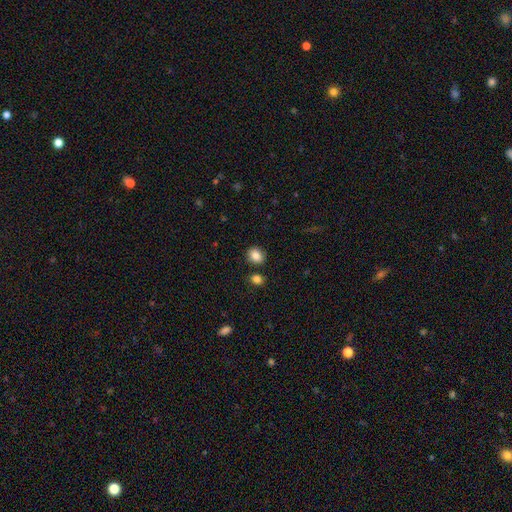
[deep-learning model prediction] smooth_or_featured: smooth (p=0.85) [alt: star or artifact p=0.09]
how_rounded: round (p=0.66) [alt: in between p=0.33]
merging: none (p=0.84) [alt: minor disturbance p=0.08]